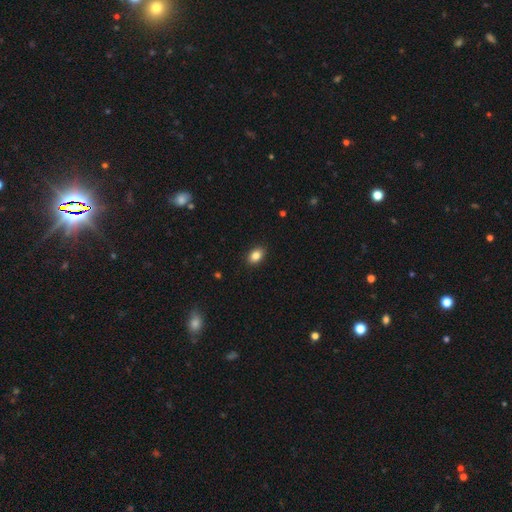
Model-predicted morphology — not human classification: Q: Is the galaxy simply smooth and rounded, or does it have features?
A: smooth — 85%.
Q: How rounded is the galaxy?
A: in between — 80%.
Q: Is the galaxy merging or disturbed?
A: none — 89%.